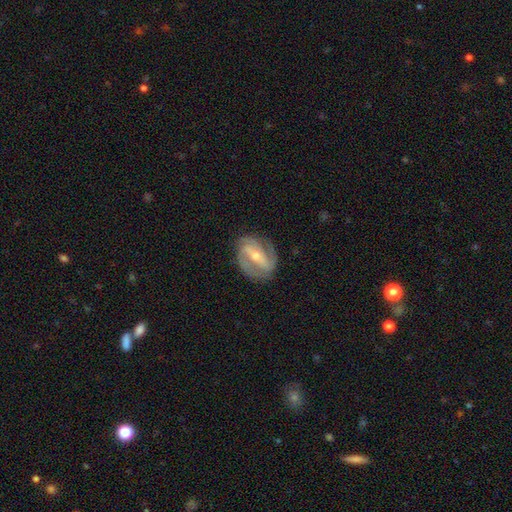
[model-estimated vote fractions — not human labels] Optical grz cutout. It shows a featured or disk galaxy (84%) with a strong bar (51%), 2 (60%) medium (45%) spiral arms (94%) and a moderate central bulge (50%). Merging: none (77%).